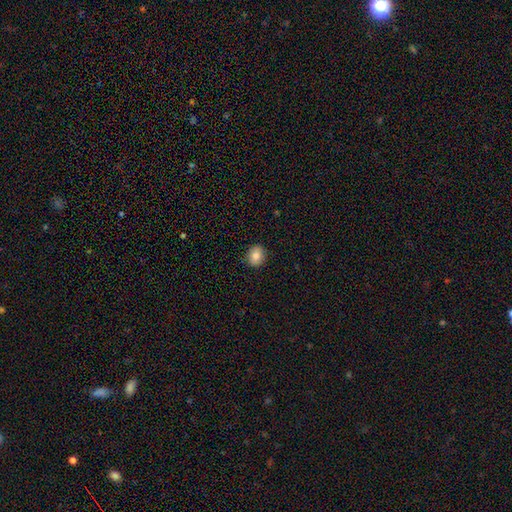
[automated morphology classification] A smooth galaxy with no disk features (83%) that is round (64%).

Vote fractions:
- Smooth or featured? smooth: 83% / star or artifact: 9% / featured or disk: 8%
- How rounded? round: 64% / in between: 35% / cigar-shaped: 1%
- Merging? none: 88% / minor disturbance: 9% / major disturbance: 2% / merger: 1%